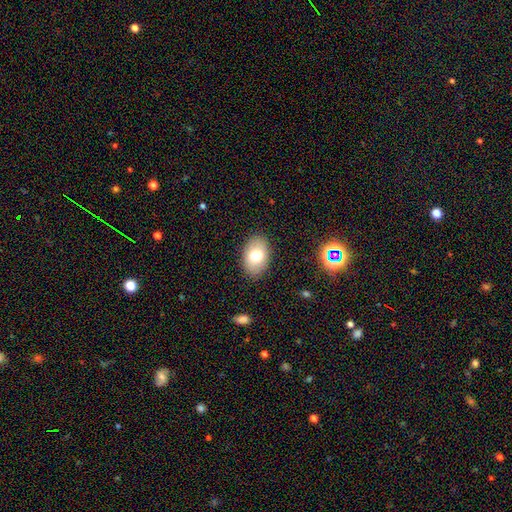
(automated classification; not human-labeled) Smooth or featured?
  - smooth: 74% *
  - featured or disk: 18%
  - star or artifact: 8%
How rounded?
  - in between: 88% *
  - round: 11%
  - cigar-shaped: 1%
Merging?
  - none: 87% *
  - minor disturbance: 9%
  - major disturbance: 2%
  - merger: 1%